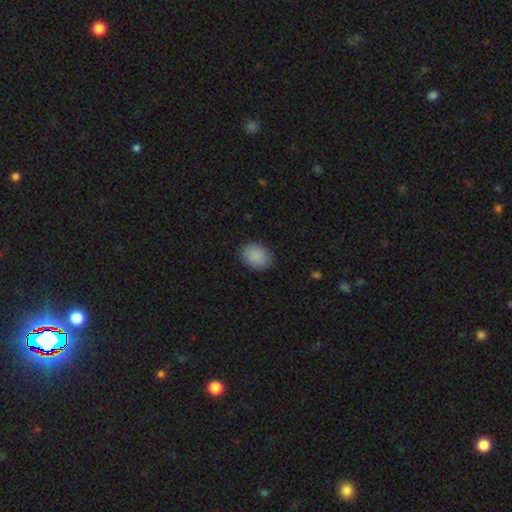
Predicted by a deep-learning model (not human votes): smooth 89%, star or artifact 7%, featured or disk 4%. Down the decision tree: how rounded — in between (59%); merging — none (86%).